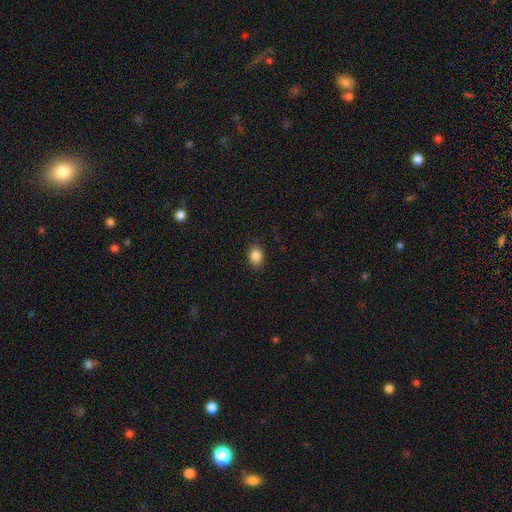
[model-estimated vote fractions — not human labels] Smooth or featured?
  - smooth: 86% *
  - star or artifact: 10%
  - featured or disk: 4%
How rounded?
  - in between: 64% *
  - round: 35%
  - cigar-shaped: 1%
Merging?
  - none: 88% *
  - minor disturbance: 9%
  - major disturbance: 2%
  - merger: 1%